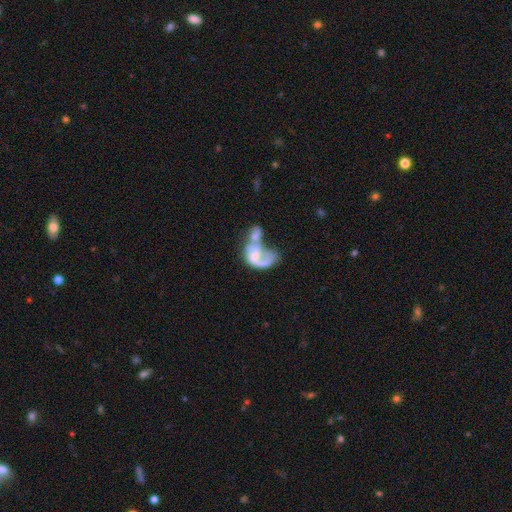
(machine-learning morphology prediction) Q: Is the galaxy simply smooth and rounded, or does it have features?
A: featured or disk — 64%.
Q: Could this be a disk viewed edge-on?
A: no — 97%.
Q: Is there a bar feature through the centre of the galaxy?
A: no — 65%.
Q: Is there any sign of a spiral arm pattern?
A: yes — 67%.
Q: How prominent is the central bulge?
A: moderate — 36%.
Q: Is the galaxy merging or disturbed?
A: merger — 64%.